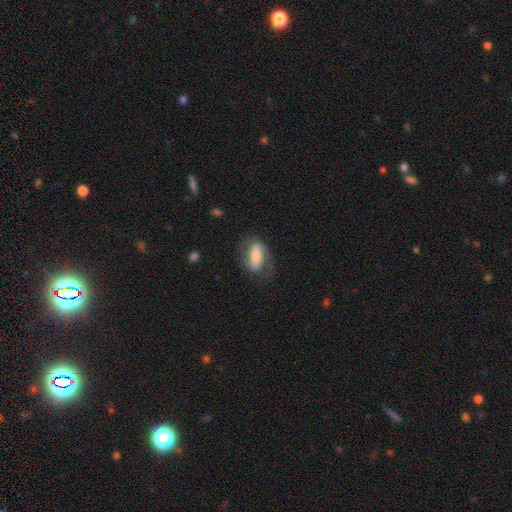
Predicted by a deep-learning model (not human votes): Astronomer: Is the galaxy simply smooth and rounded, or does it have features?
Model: smooth — 53% (runner-up: featured or disk, 40%).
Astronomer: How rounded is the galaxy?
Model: in between — 83%.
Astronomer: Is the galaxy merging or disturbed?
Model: none — 58%.